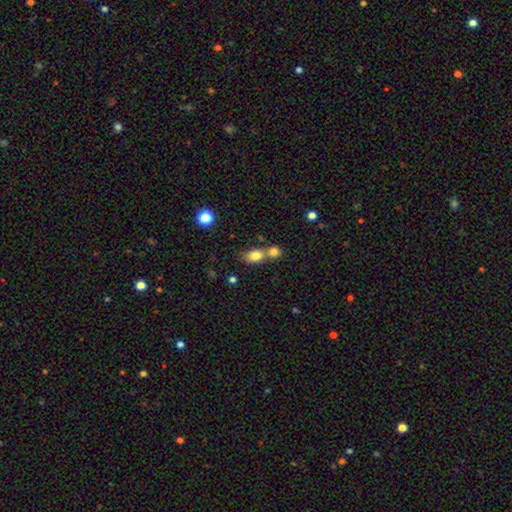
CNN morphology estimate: smooth_or_featured: smooth (p=0.79) [alt: featured or disk p=0.11]
how_rounded: in between (p=0.70) [alt: round p=0.26]
merging: merger (p=0.55) [alt: none p=0.34]